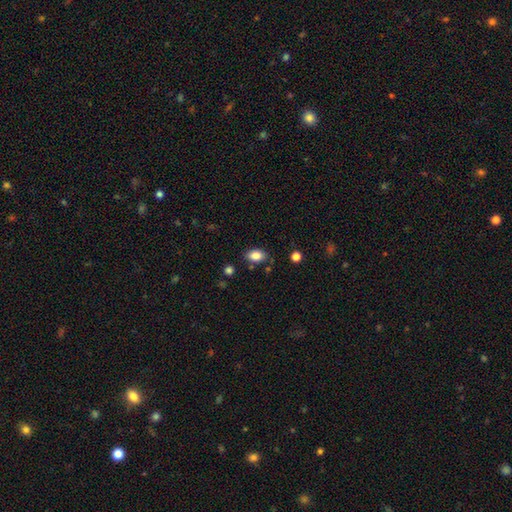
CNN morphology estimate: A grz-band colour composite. It shows a smooth galaxy with no disk features (85%) that is in between round and cigar-shaped (84%). Merging: none (79%).